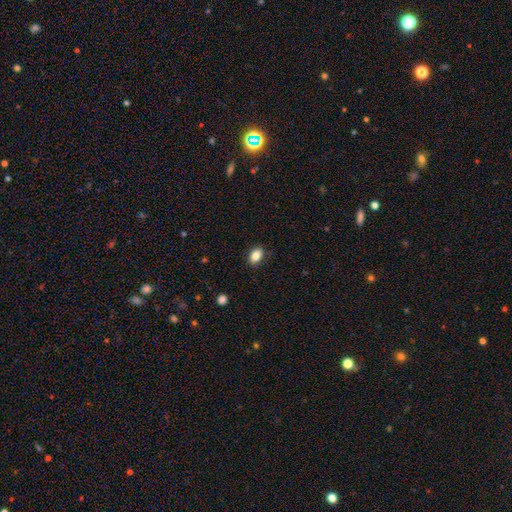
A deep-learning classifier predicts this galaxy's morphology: smooth_or_featured: smooth (p=0.85) [alt: star or artifact p=0.08]
how_rounded: in between (p=0.85) [alt: round p=0.13]
merging: none (p=0.86) [alt: minor disturbance p=0.11]